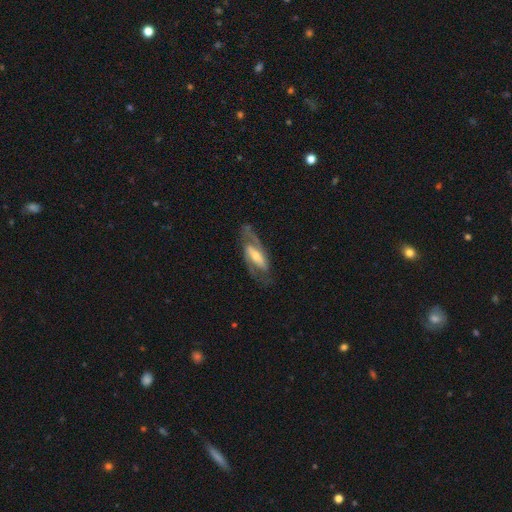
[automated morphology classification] type=featured or disk (84%); edge-on=no (90%); bar=strong (45%); spiral arms=yes (92%); winding=medium (52%); arm count=2 (88%); bulge=moderate (46%); merging=none (77%).